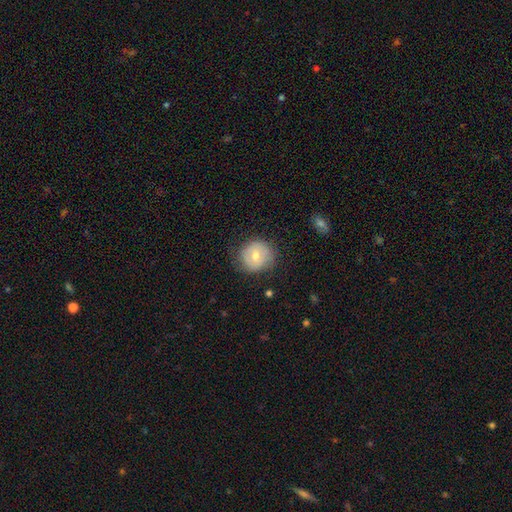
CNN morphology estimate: This is likely a smooth galaxy (66%). How rounded: clearly round (87%). Merging: likely none (76%).